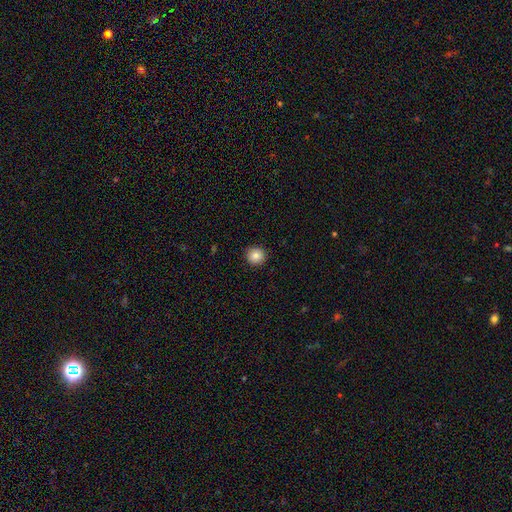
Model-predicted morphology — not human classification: Overall: smooth (85%). How rounded: round (94%). Merging: none (92%).